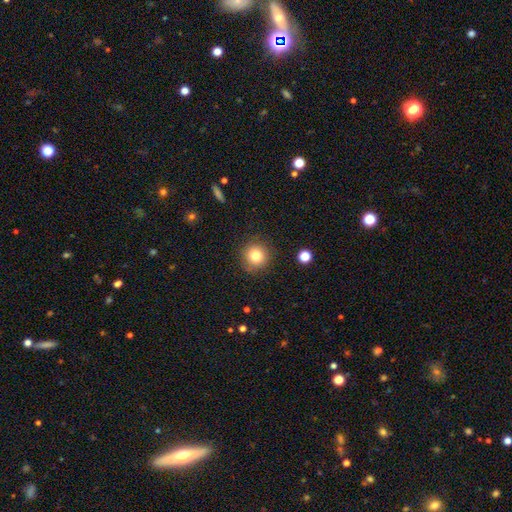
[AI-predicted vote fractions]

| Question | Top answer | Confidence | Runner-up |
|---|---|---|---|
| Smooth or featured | smooth | 81% | star or artifact (11%) |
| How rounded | round | 93% | in between (6%) |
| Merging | none | 88% | minor disturbance (8%) |